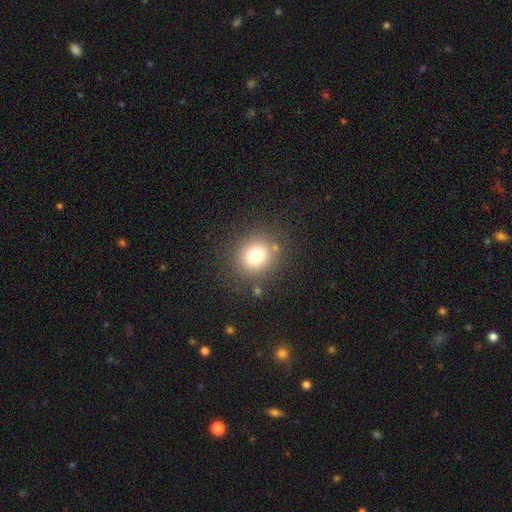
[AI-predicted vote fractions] Morphology: type=smooth (76%); roundness=round (86%); merging=none (85%).